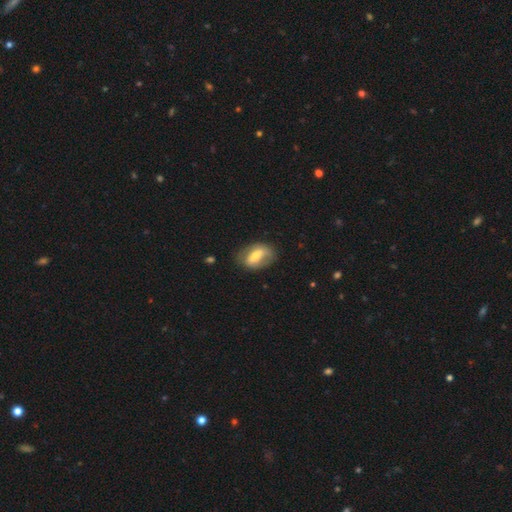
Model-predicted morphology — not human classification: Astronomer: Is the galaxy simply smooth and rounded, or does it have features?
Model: smooth — 54% (runner-up: featured or disk, 39%).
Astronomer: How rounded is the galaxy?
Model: in between — 85%.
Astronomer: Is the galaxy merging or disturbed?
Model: none — 66%.